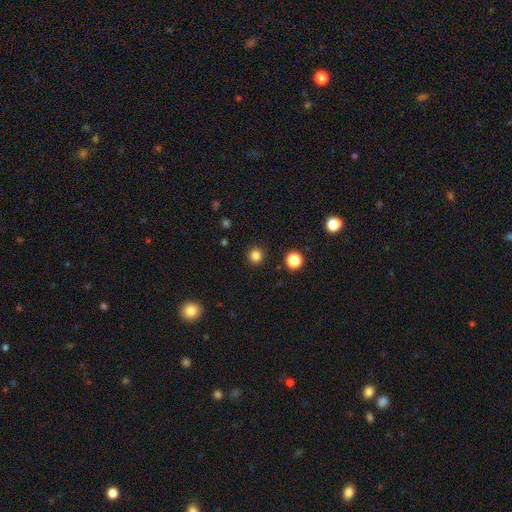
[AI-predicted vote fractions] Smooth or featured? Predicted: smooth (p=0.83). How rounded? Predicted: round (p=0.95). Merging? Predicted: none (p=0.92).